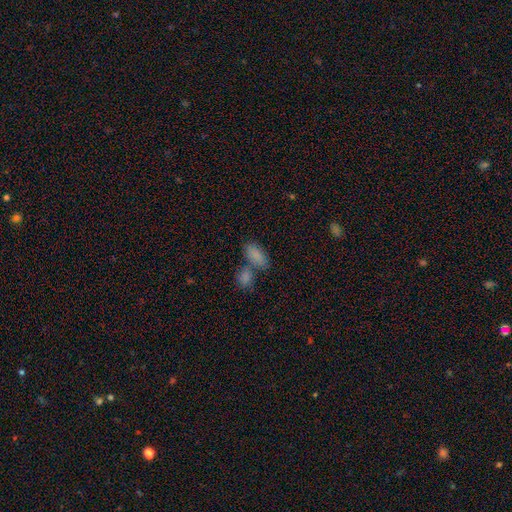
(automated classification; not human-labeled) Smooth or featured?
  - smooth: 84% *
  - star or artifact: 10%
  - featured or disk: 7%
How rounded?
  - in between: 91% *
  - cigar-shaped: 5%
  - round: 4%
Merging?
  - none: 50% *
  - merger: 32%
  - minor disturbance: 13%
  - major disturbance: 5%